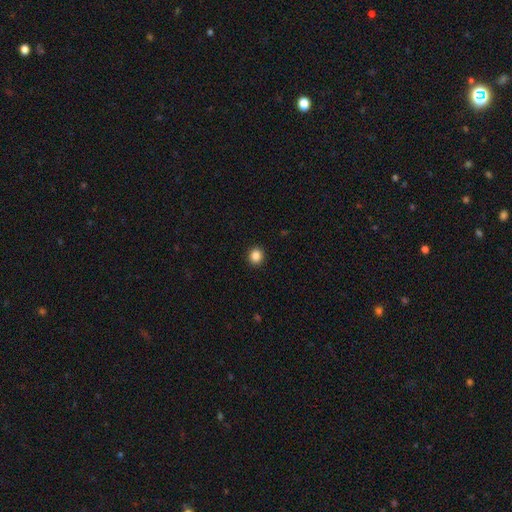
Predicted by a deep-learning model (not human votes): Smooth or featured?
  - smooth: 87% *
  - star or artifact: 10%
  - featured or disk: 3%
How rounded?
  - round: 86% *
  - in between: 13%
  - cigar-shaped: 1%
Merging?
  - none: 93% *
  - minor disturbance: 5%
  - major disturbance: 2%
  - merger: 1%